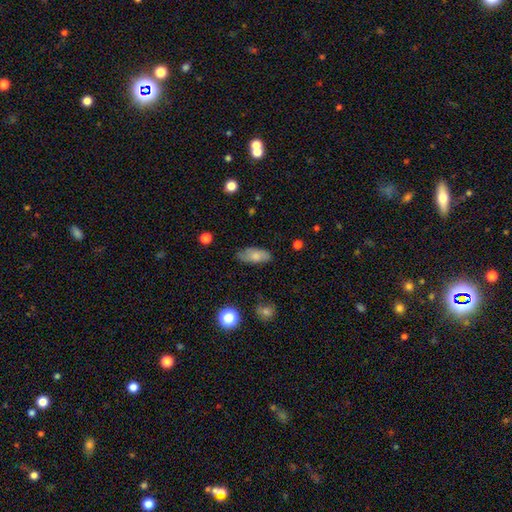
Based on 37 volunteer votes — Smooth or featured: smooth — 70% (featured or disk — 27%)
How rounded: in between — 96% (cigar-shaped — 4%)
Merging: none — 75% (minor disturbance — 25%)